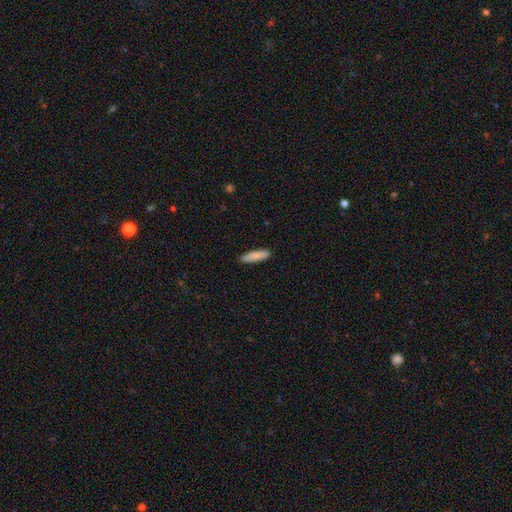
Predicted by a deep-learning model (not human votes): Smooth or featured? smooth (86%)
How rounded? cigar-shaped (75%)
Merging? none (87%)